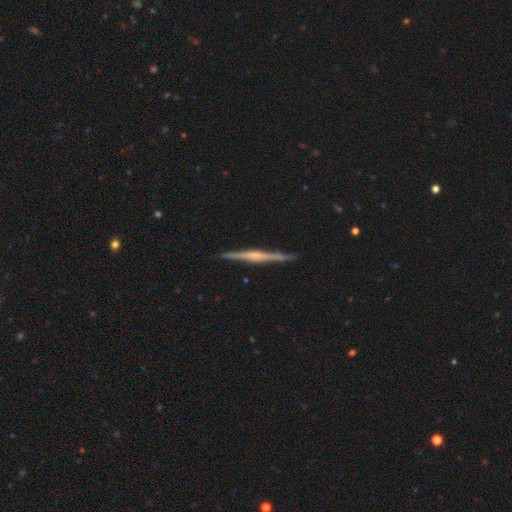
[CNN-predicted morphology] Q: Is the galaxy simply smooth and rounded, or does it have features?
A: featured or disk — 79%.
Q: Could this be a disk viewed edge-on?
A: yes — 98%.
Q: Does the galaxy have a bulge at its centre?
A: rounded — 55%.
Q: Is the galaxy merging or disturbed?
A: none — 91%.